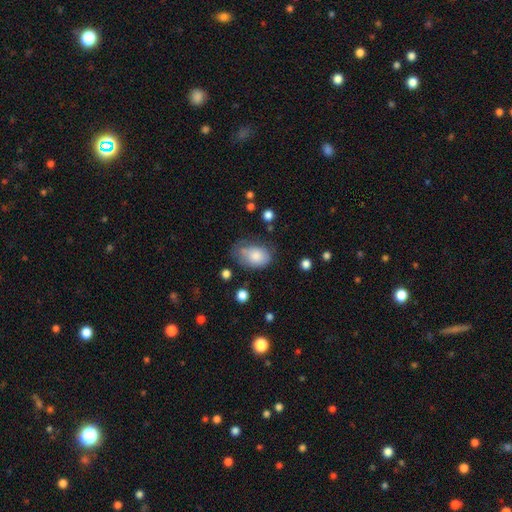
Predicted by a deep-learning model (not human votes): Morphology: type=smooth (77%); roundness=in between (82%); merging=none (43%).